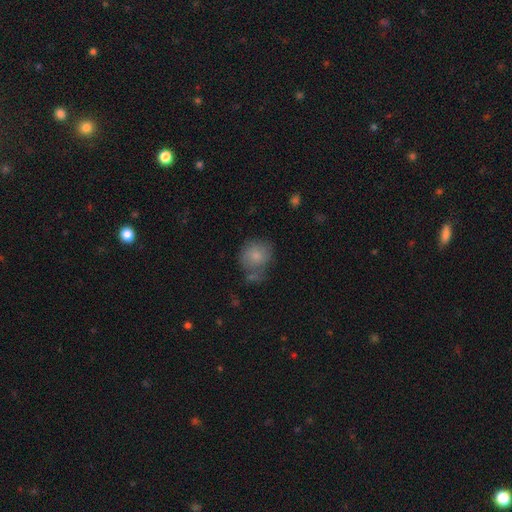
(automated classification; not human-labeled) Smooth or featured? Predicted: smooth (p=0.80). How rounded? Predicted: round (p=0.79). Merging? Predicted: none (p=0.51).